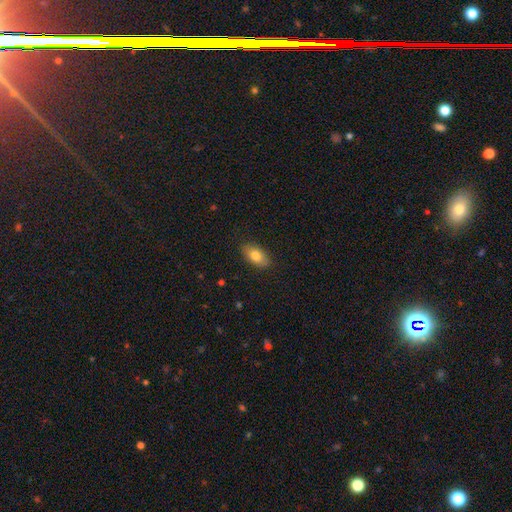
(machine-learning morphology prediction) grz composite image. It shows a smooth galaxy with no disk features (81%) that is in between round and cigar-shaped (91%). Merging: none (87%).